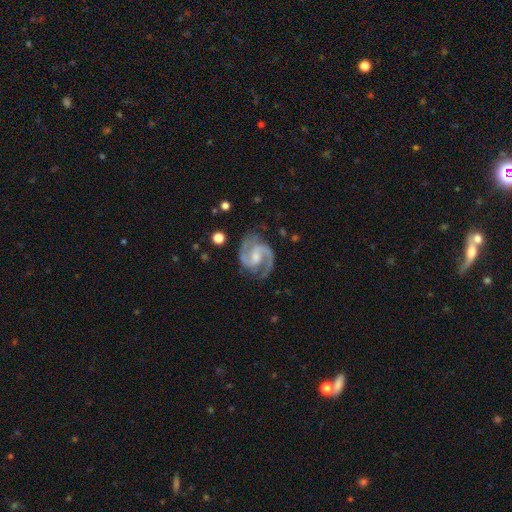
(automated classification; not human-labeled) smooth_or_featured: featured or disk (p=0.93) [alt: star or artifact p=0.04]
disk_edge_on: no (p=0.98) [alt: yes p=0.02]
bar: weak (p=0.48) [alt: no p=0.37]
has_spiral_arms: yes (p=0.99) [alt: no p=0.01]
spiral_winding: medium (p=0.64) [alt: tight p=0.26]
spiral_arm_count: 2 (p=0.94) [alt: 3 p=0.02]
bulge_size: moderate (p=0.41) [alt: small p=0.38]
merging: none (p=0.80) [alt: minor disturbance p=0.14]